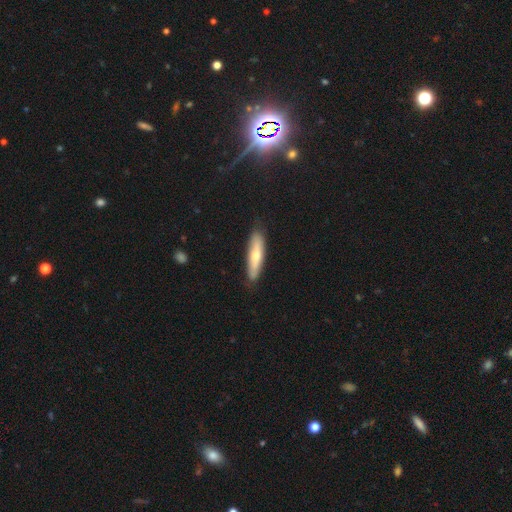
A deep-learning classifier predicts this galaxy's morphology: Q: Smooth or featured?
A: smooth (55%); runner-up: featured or disk (39%)
Q: How rounded?
A: cigar-shaped (74%); runner-up: in between (24%)
Q: Merging?
A: none (84%); runner-up: minor disturbance (12%)